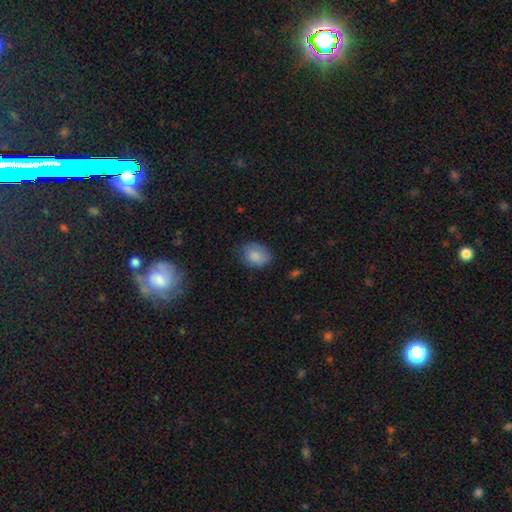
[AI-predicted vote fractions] smooth_or_featured: smooth (p=0.84) [alt: featured or disk p=0.09]
how_rounded: in between (p=0.61) [alt: round p=0.38]
merging: none (p=0.68) [alt: minor disturbance p=0.25]